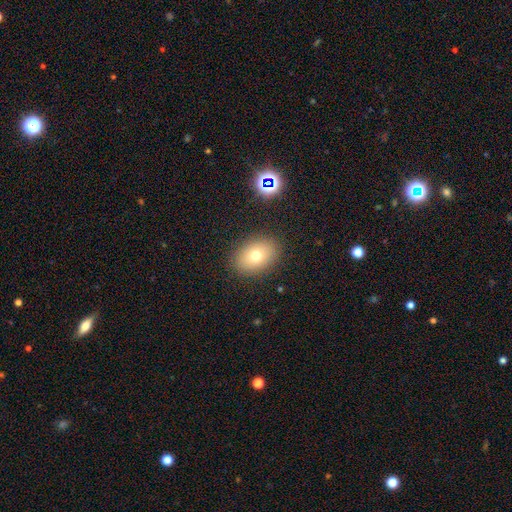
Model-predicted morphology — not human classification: A smooth galaxy with no disk features (73%) that is in between round and cigar-shaped (74%). Merging: none (88%).